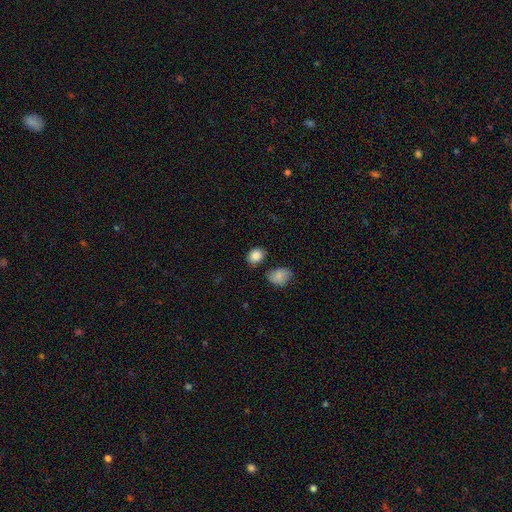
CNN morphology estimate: Overall: smooth (87%). How rounded: in between (52%; round 47%). Merging: none (74%).